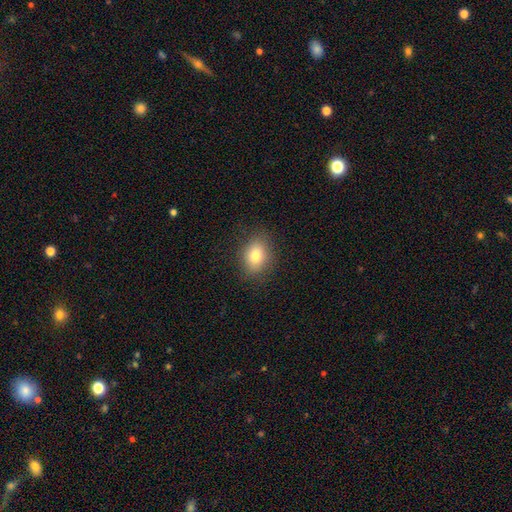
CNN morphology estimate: type=smooth (79%); roundness=in between (65%); merging=none (85%).